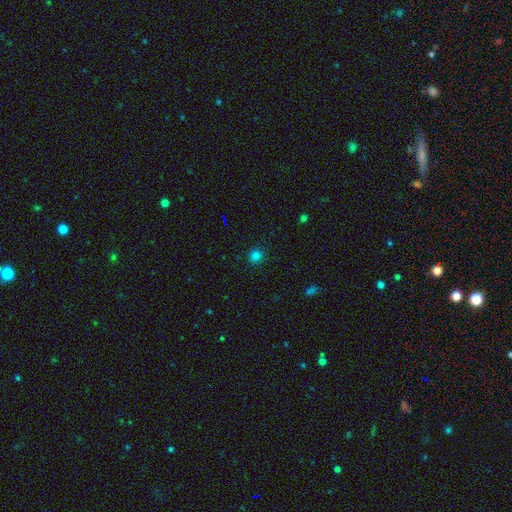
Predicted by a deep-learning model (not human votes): Smooth or featured: smooth — 79% (star or artifact — 17%)
How rounded: round — 90% (in between — 9%)
Merging: none — 90% (minor disturbance — 7%)